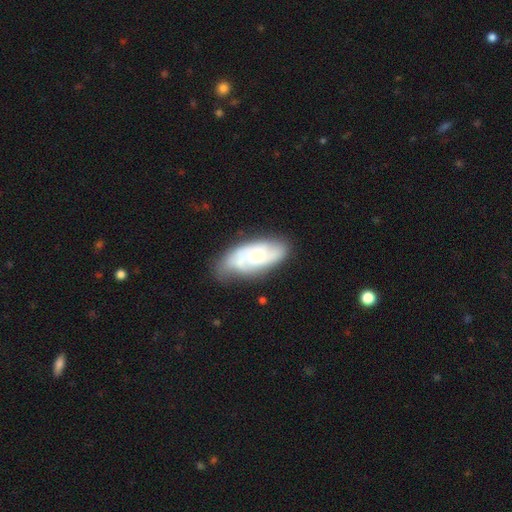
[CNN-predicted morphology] smooth_or_featured: featured or disk (p=0.65) [alt: smooth p=0.29]
disk_edge_on: no (p=0.93) [alt: yes p=0.07]
bar: no (p=0.57) [alt: weak p=0.35]
has_spiral_arms: yes (p=0.87) [alt: no p=0.13]
spiral_winding: medium (p=0.43) [alt: tight p=0.40]
spiral_arm_count: 2 (p=0.50) [alt: can't tell p=0.28]
bulge_size: small (p=0.54) [alt: moderate p=0.33]
merging: none (p=0.64) [alt: minor disturbance p=0.25]